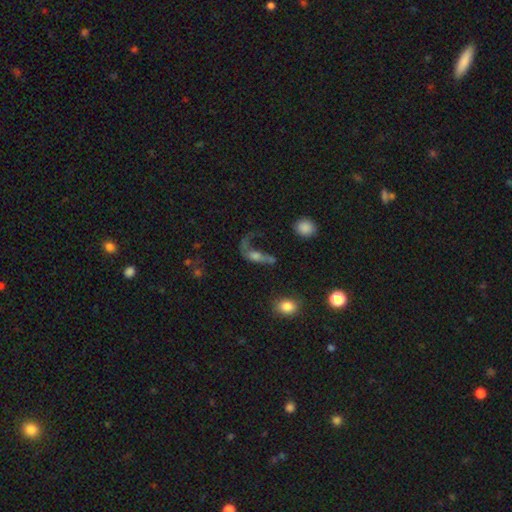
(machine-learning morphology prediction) Smooth or featured? featured or disk (53%)
Edge-on disk? no (83%)
Merging? major disturbance (47%)